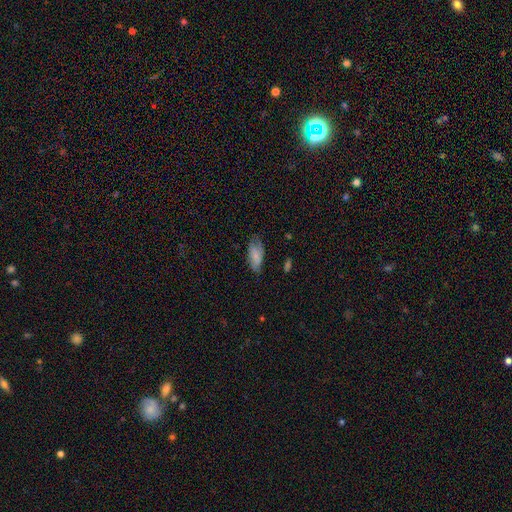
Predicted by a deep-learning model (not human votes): smooth-or-featured: smooth: 69% | featured or disk: 23% | star or artifact: 8%
  how-rounded: in between: 87% | cigar-shaped: 10% | round: 3%
  merging: none: 54% | minor disturbance: 32% | major disturbance: 12% | merger: 2%